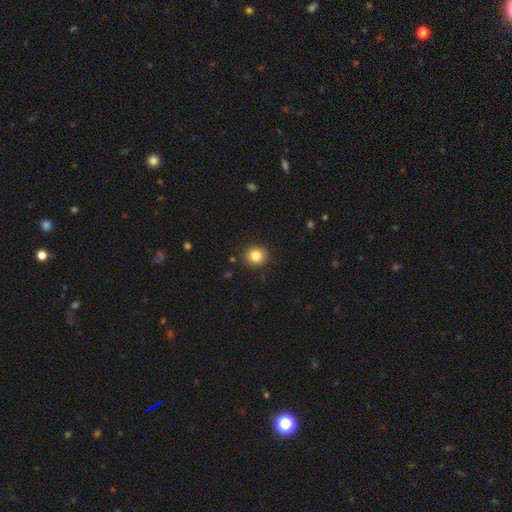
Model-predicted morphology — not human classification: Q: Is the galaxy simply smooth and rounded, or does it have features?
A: smooth — 84%.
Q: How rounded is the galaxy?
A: round — 87%.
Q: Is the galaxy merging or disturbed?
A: none — 90%.